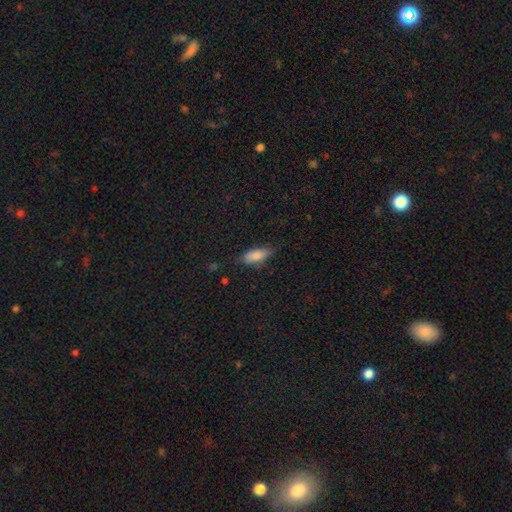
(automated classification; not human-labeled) A smooth galaxy with no disk features (83%) that is in between round and cigar-shaped (82%). Merging: none (69%).